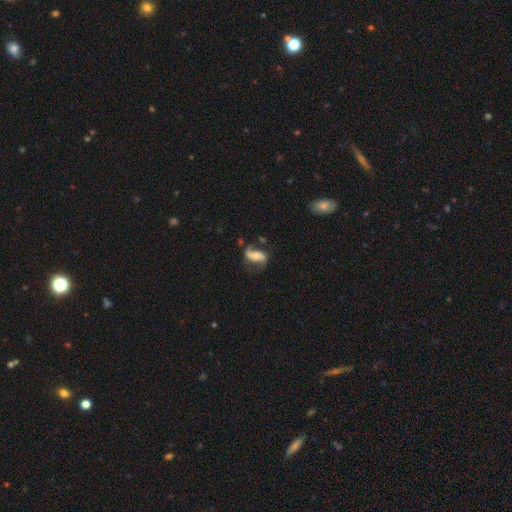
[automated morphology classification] smooth_or_featured: featured or disk (p=0.74) [alt: smooth p=0.19]
disk_edge_on: no (p=0.94) [alt: yes p=0.06]
bar: strong (p=0.36) [alt: no p=0.35]
has_spiral_arms: yes (p=0.91) [alt: no p=0.09]
spiral_winding: loose (p=0.61) [alt: medium p=0.28]
spiral_arm_count: 2 (p=0.88) [alt: 1 p=0.05]
bulge_size: moderate (p=0.52) [alt: small p=0.36]
merging: none (p=0.62) [alt: minor disturbance p=0.20]